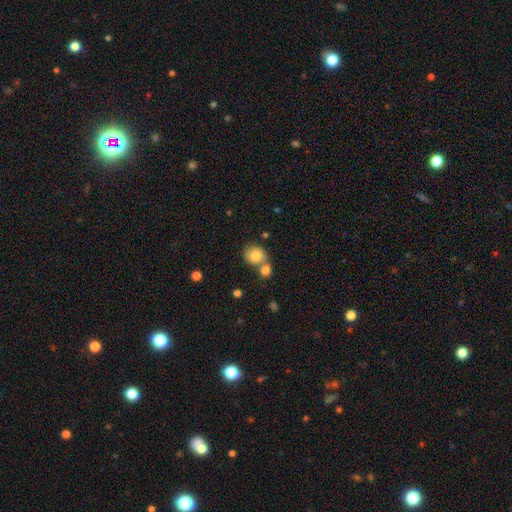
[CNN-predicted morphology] Overall: smooth (80%). How rounded: round (75%). Merging: none (50%; merger 37%).